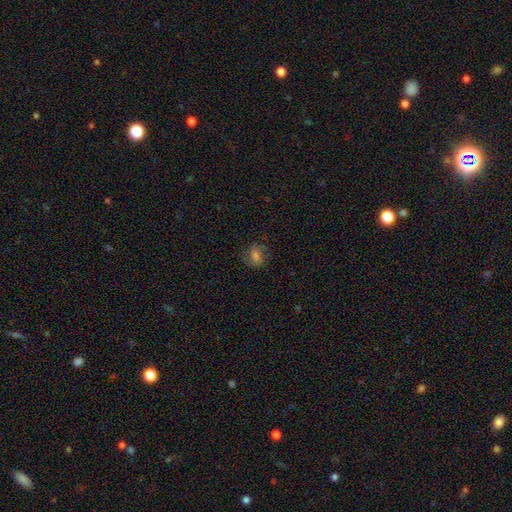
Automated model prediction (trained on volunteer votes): This appears to be a smooth galaxy with no disk features (52%) that is round (67%). Merging: none (75%).